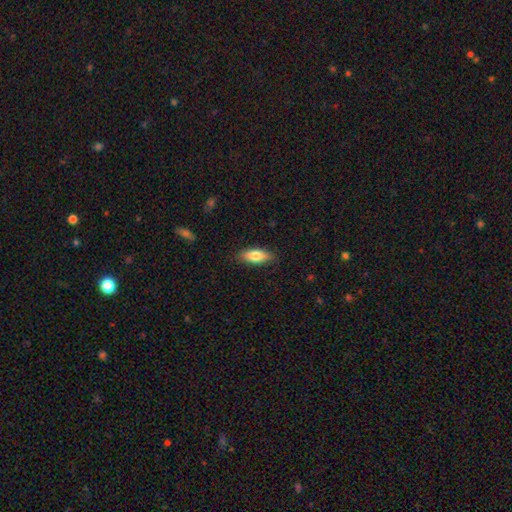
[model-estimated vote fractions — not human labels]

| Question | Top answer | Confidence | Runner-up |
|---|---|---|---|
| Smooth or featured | smooth | 77% | featured or disk (17%) |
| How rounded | in between | 71% | cigar-shaped (27%) |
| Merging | none | 85% | minor disturbance (11%) |